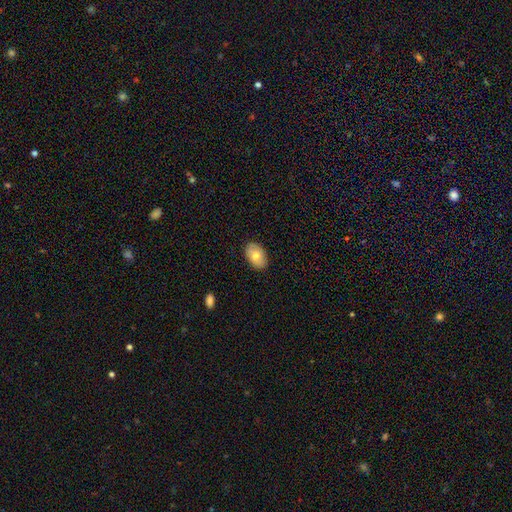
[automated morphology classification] Overall: smooth (75%). How rounded: in between (90%). Merging: none (88%).